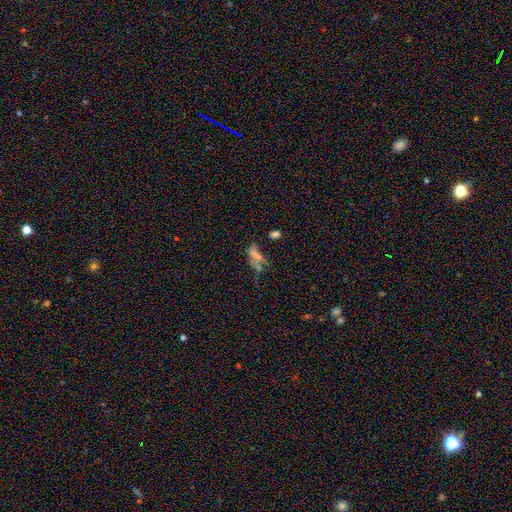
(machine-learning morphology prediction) Smooth or featured: smooth — 48% (star or artifact — 32%)
Merging: none — 35% (merger — 26%)